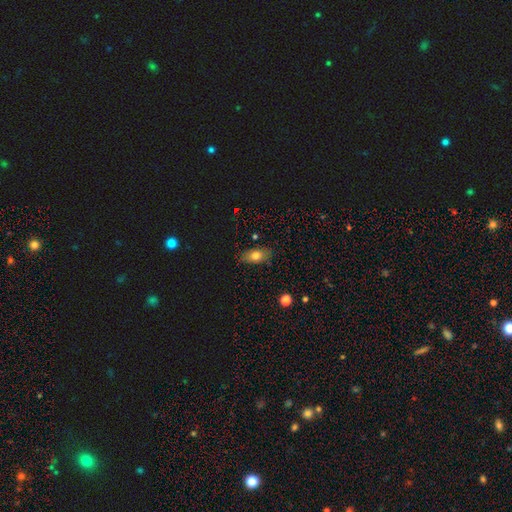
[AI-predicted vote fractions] Q: Smooth or featured?
A: smooth (76%); runner-up: featured or disk (14%)
Q: How rounded?
A: in between (84%); runner-up: round (10%)
Q: Merging?
A: none (81%); runner-up: minor disturbance (14%)